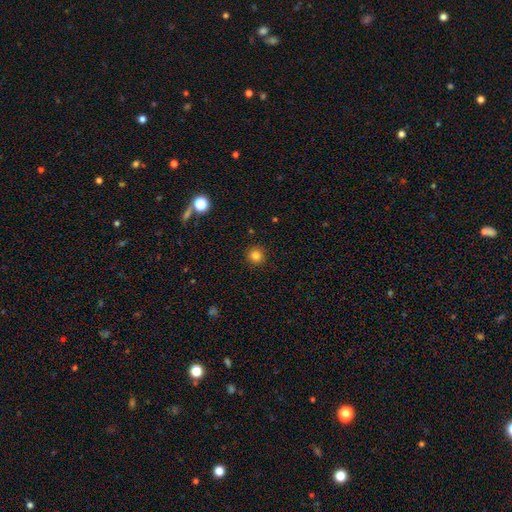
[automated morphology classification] type=smooth (82%); roundness=round (95%); merging=none (92%).